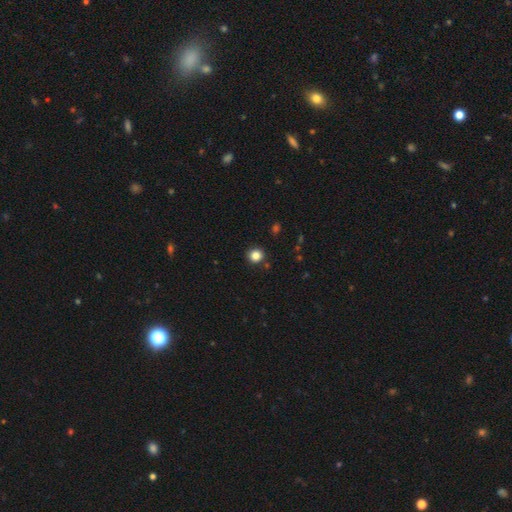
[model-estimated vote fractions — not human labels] smooth 84%, star or artifact 12%, featured or disk 4%. Down the decision tree: how rounded — round (90%); merging — none (91%).